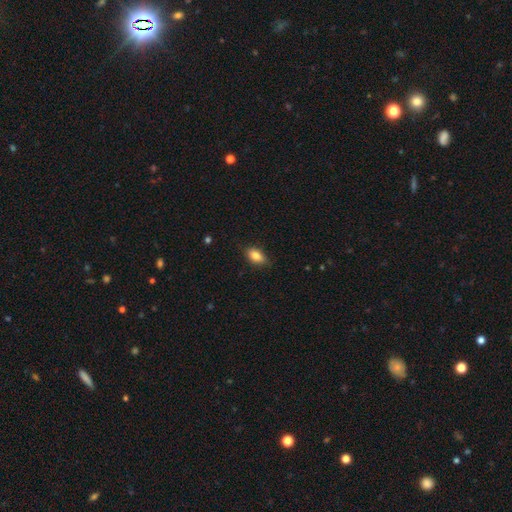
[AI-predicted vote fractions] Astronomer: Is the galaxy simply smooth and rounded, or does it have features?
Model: smooth — 83%.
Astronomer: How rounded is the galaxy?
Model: in between — 88%.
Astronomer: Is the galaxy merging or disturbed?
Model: none — 83%.